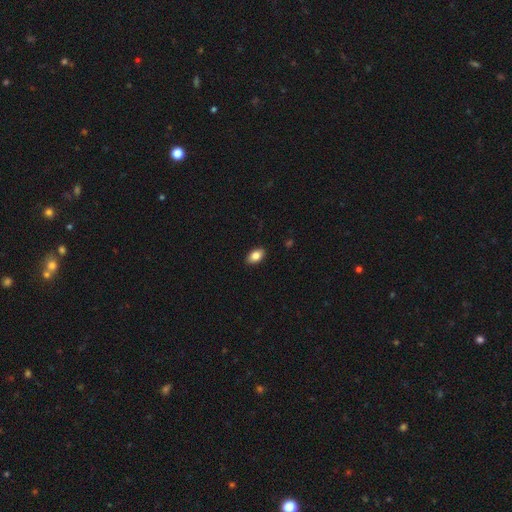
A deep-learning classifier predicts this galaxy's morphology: Overall: smooth (85%). How rounded: in between (91%). Merging: none (90%).